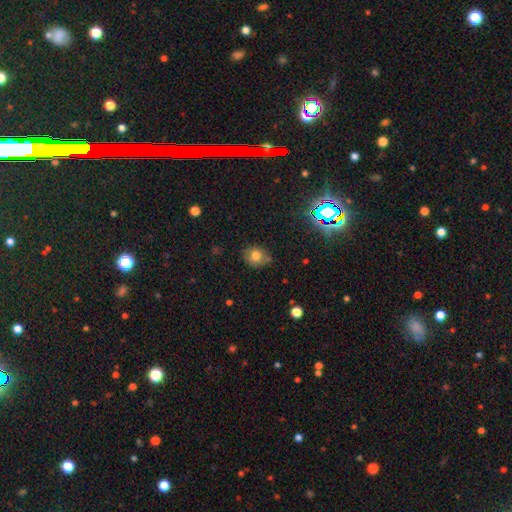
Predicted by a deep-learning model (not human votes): smooth_or_featured: smooth (p=0.74) [alt: star or artifact p=0.14]
how_rounded: round (p=0.62) [alt: in between p=0.37]
merging: none (p=0.73) [alt: minor disturbance p=0.19]